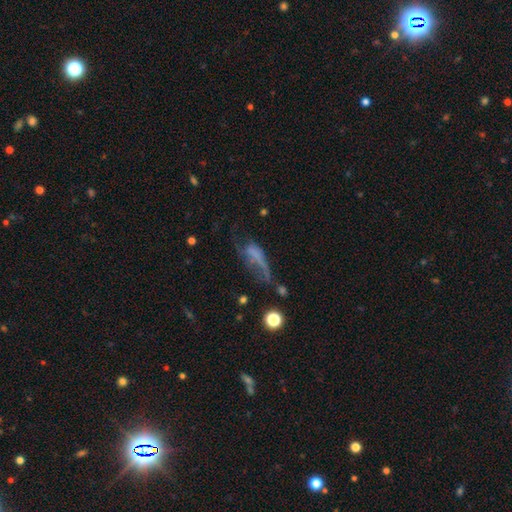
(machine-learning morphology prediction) The model was most divided on "smooth or featured": featured or disk: 42%, smooth: 41%, star or artifact: 18%. Remaining: merging — major disturbance (46%).